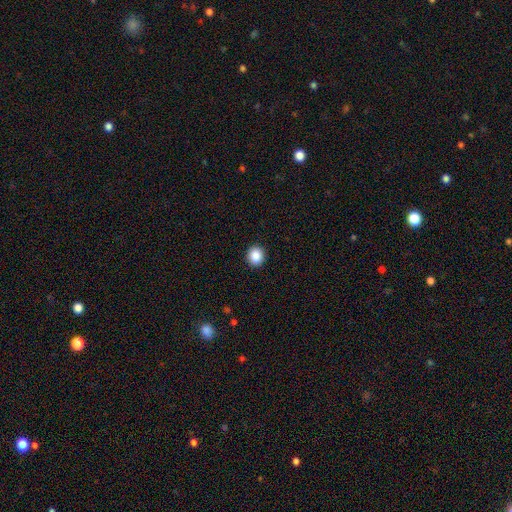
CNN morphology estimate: smooth-or-featured: smooth: 88% | star or artifact: 9% | featured or disk: 4%
  how-rounded: round: 85% | in between: 14% | cigar-shaped: 1%
  merging: none: 92% | minor disturbance: 5% | major disturbance: 2% | merger: 1%